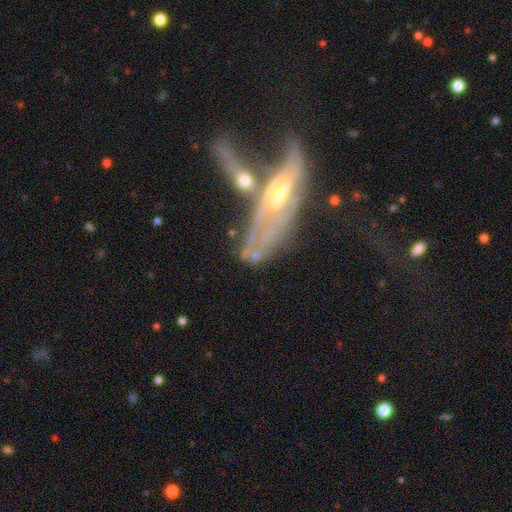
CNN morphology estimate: This appears to be a featured or disk galaxy (46%). Merging: none (46%).